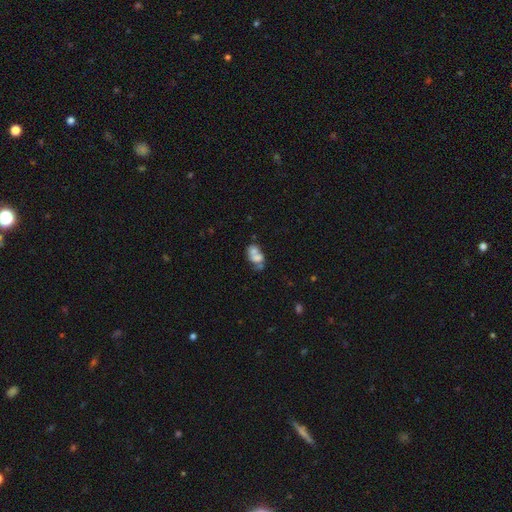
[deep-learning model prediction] Smooth or featured?
  - smooth: 57% *
  - featured or disk: 32%
  - star or artifact: 12%
How rounded?
  - in between: 71% *
  - round: 28%
  - cigar-shaped: 2%
Merging?
  - merger: 57% *
  - none: 21%
  - minor disturbance: 12%
  - major disturbance: 10%